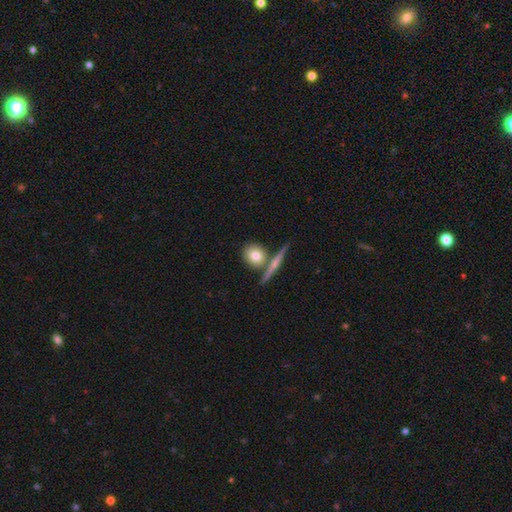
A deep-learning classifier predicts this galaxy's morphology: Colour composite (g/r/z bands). It shows a smooth galaxy with no disk features (74%) that is round (76%). Merging: none (66%).